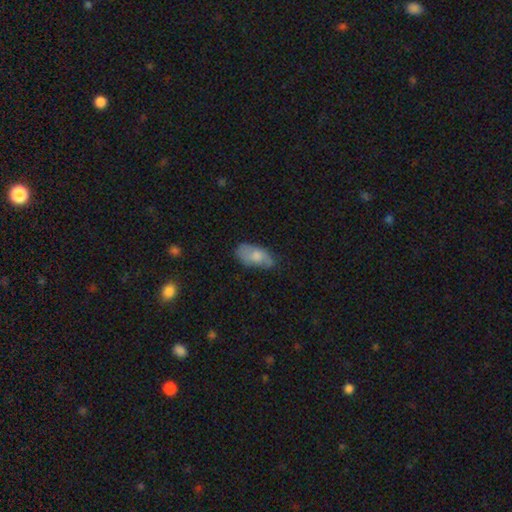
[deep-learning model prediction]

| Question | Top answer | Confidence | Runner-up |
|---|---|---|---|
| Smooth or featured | smooth | 67% | featured or disk (26%) |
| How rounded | in between | 92% | cigar-shaped (4%) |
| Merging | none | 54% | minor disturbance (33%) |